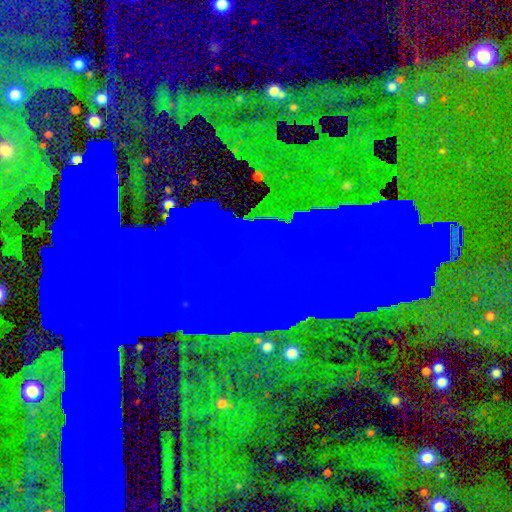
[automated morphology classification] Q: Smooth or featured?
A: star or artifact (83%); runner-up: featured or disk (10%)